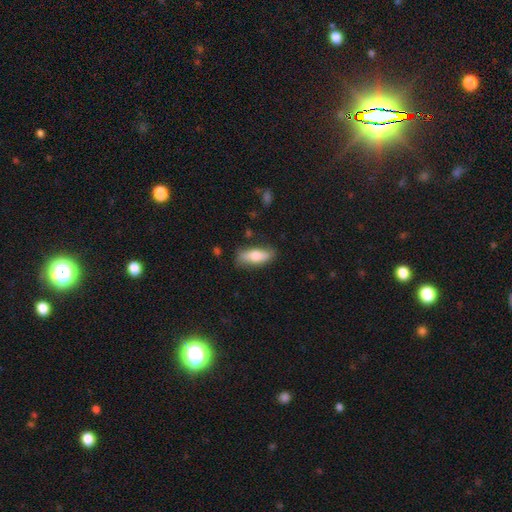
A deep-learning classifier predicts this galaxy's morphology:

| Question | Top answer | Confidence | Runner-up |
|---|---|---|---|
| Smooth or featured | smooth | 69% | featured or disk (25%) |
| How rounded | in between | 69% | cigar-shaped (29%) |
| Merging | none | 77% | minor disturbance (17%) |